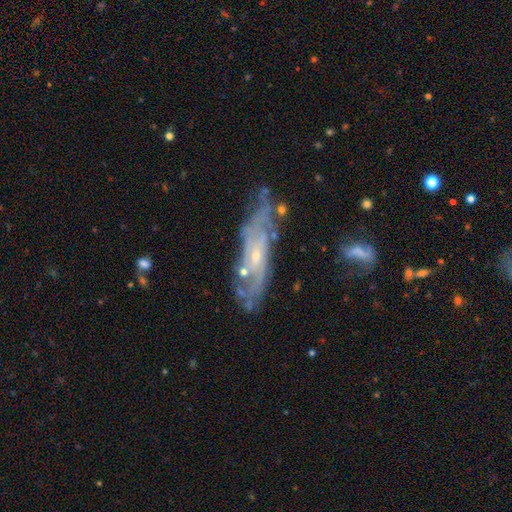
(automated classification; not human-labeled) Q: Smooth or featured?
A: featured or disk (78%); runner-up: smooth (15%)
Q: Edge-on disk?
A: no (76%); runner-up: yes (24%)
Q: Bar?
A: no (64%); runner-up: weak (29%)
Q: Spiral arms?
A: yes (80%); runner-up: no (20%)
Q: Bulge size?
A: small (73%); runner-up: moderate (22%)
Q: Merging?
A: none (62%); runner-up: minor disturbance (23%)